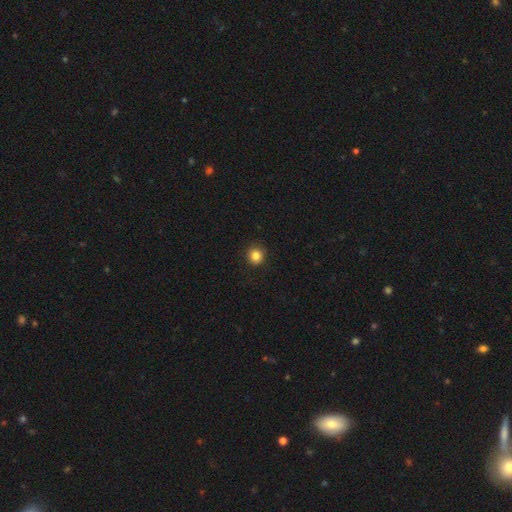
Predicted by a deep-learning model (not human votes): This appears to be a smooth galaxy with no disk features (84%) that is round (94%). Merging: none (92%).